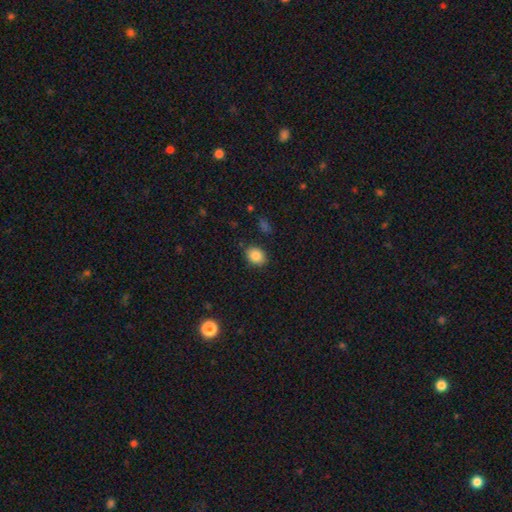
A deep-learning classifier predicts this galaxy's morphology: A smooth galaxy with no disk features (85%) that is in between round and cigar-shaped (61%). Merging: none (85%).